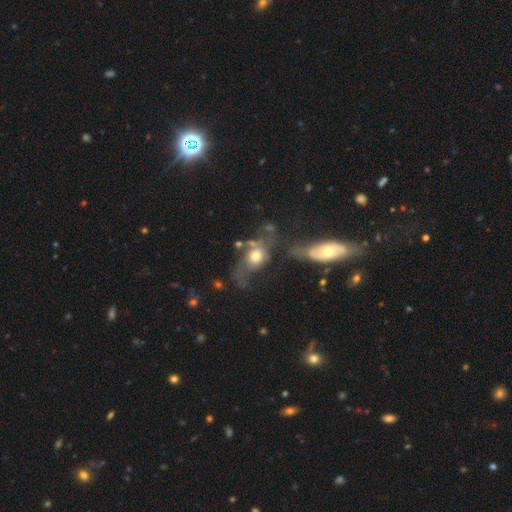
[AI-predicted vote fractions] A smooth galaxy with no disk features (46%).

Vote fractions:
- Smooth or featured? smooth: 46% / featured or disk: 44% / star or artifact: 10%
- Merging? major disturbance: 36% / merger: 27% / none: 22% / minor disturbance: 15%